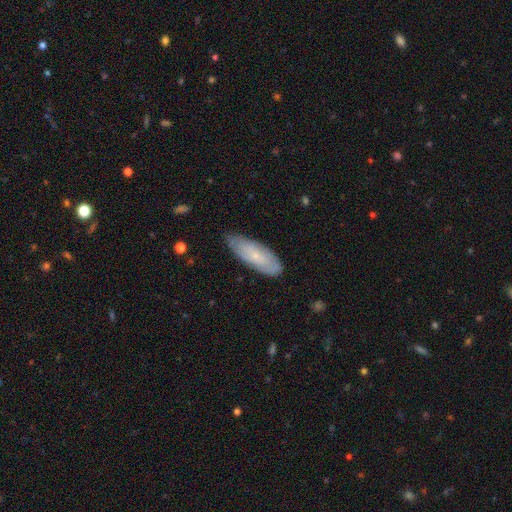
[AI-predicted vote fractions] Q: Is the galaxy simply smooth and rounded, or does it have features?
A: smooth — 53%.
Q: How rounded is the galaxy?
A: in between — 66%.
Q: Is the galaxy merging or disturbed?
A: none — 71%.